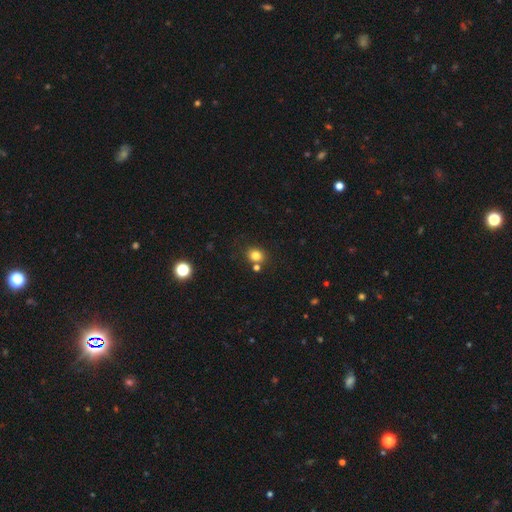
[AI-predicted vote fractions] Overall: smooth (79%). How rounded: round (71%). Merging: none (72%).